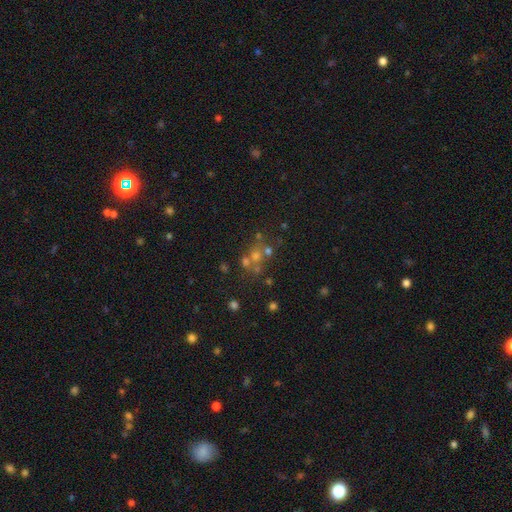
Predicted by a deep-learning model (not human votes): Overall: smooth (40%; star or artifact 36%). Merging: none (51%; merger 34%).